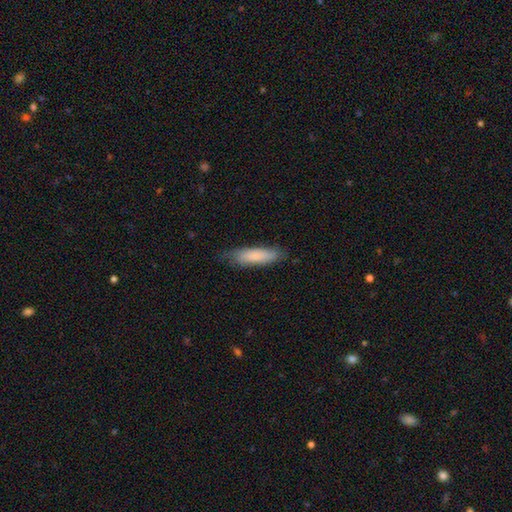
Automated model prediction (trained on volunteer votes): Smooth or featured? smooth (81%)
How rounded? cigar-shaped (68%)
Merging? none (77%)